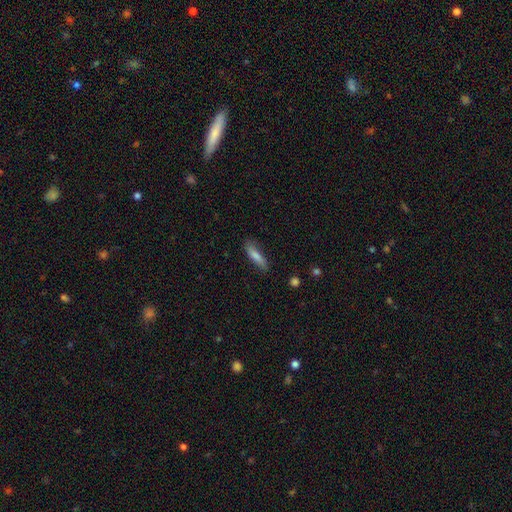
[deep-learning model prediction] smooth-or-featured: smooth: 76% | featured or disk: 17% | star or artifact: 7%
  how-rounded: cigar-shaped: 70% | in between: 29% | round: 2%
  merging: none: 78% | minor disturbance: 17% | major disturbance: 4% | merger: 2%